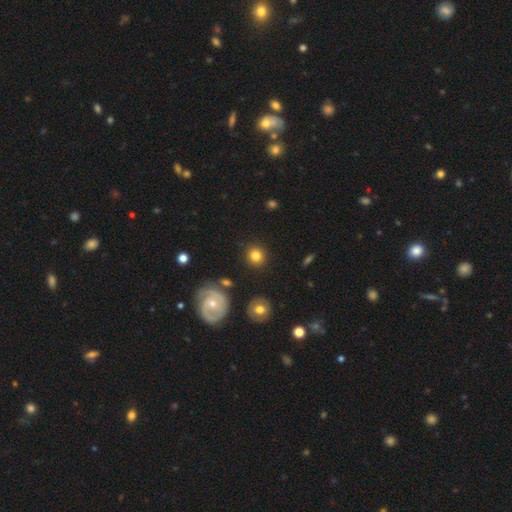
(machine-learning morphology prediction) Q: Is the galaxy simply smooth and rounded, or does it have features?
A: smooth — 79%.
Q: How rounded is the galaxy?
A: round — 89%.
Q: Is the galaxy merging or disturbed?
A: none — 87%.